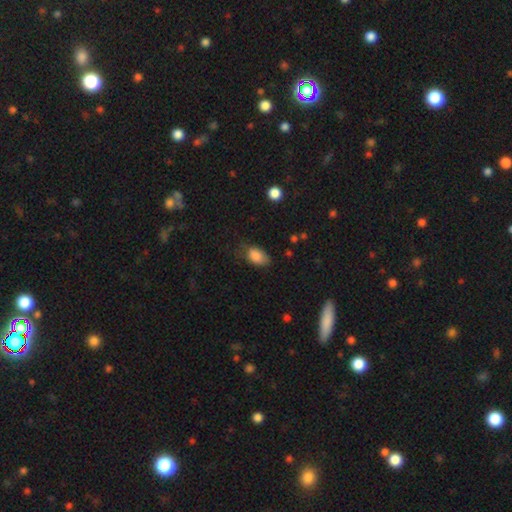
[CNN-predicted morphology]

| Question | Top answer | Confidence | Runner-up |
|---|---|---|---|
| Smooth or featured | smooth | 85% | star or artifact (8%) |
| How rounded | in between | 90% | round (8%) |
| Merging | none | 54% | minor disturbance (32%) |